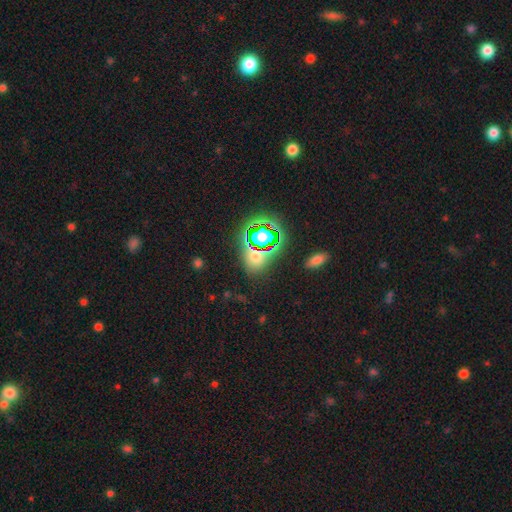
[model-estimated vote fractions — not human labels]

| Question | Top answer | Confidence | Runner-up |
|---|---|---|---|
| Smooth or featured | star or artifact | 48% | smooth (42%) |